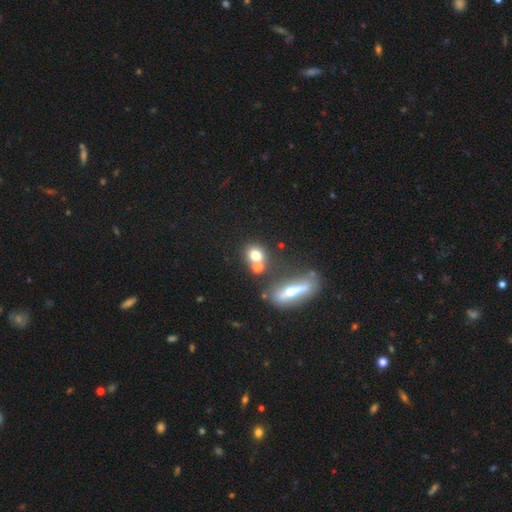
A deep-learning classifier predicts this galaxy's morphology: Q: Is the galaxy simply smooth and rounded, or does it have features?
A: smooth — 69%.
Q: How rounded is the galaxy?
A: round — 71%.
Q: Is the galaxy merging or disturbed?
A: none — 53%.